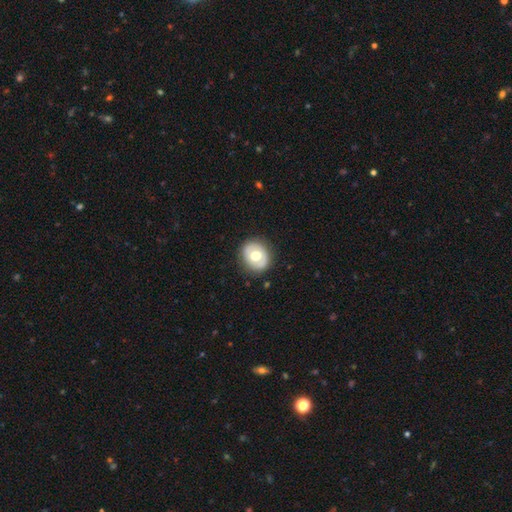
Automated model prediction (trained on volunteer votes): This is possibly a smooth galaxy (53%). How rounded: likely round (74%). Merging: clearly none (85%).